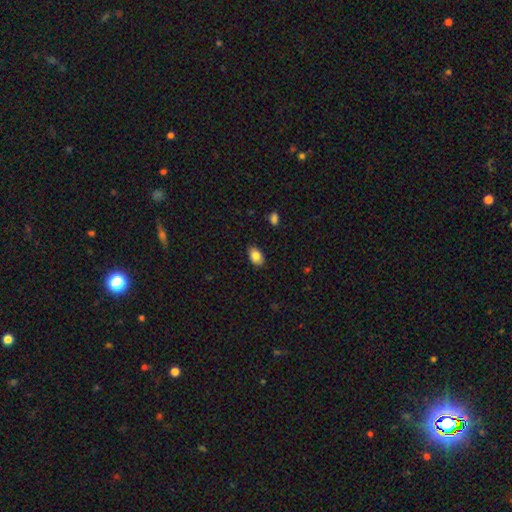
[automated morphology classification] Smooth or featured? smooth (84%)
How rounded? in between (89%)
Merging? none (86%)